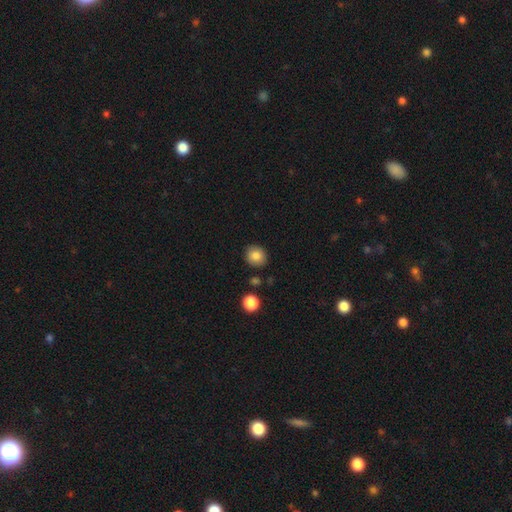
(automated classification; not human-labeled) Q: Smooth or featured?
A: smooth (84%); runner-up: star or artifact (9%)
Q: How rounded?
A: round (83%); runner-up: in between (16%)
Q: Merging?
A: none (87%); runner-up: minor disturbance (8%)